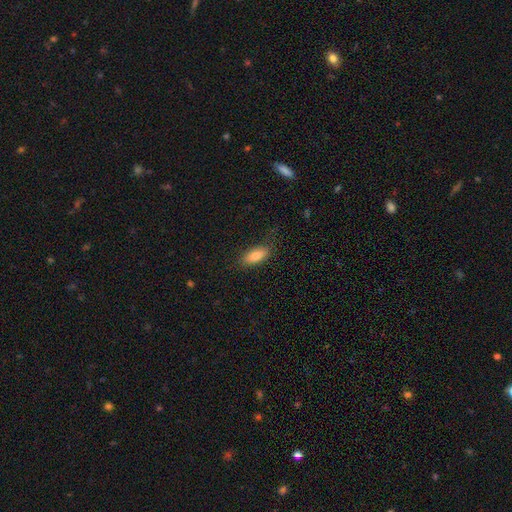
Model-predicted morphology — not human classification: Smooth or featured? Predicted: smooth (p=0.82). How rounded? Predicted: in between (p=0.76). Merging? Predicted: none (p=0.82).